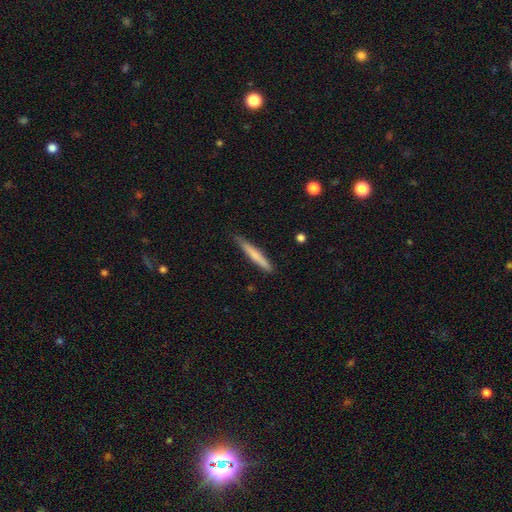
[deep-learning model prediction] Smooth or featured? smooth (69%)
How rounded? cigar-shaped (96%)
Merging? none (83%)